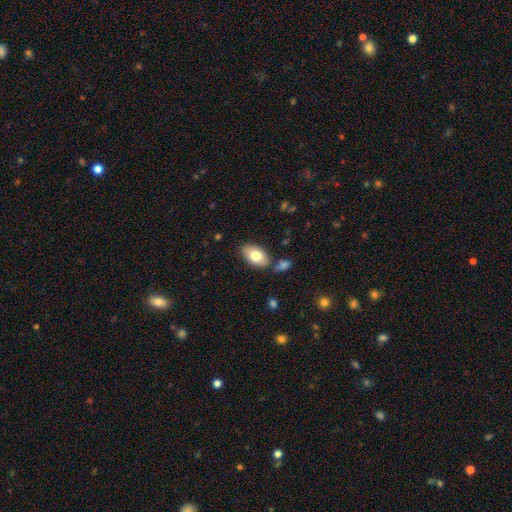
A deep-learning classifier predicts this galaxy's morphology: type=smooth (79%); roundness=in between (93%); merging=none (75%).